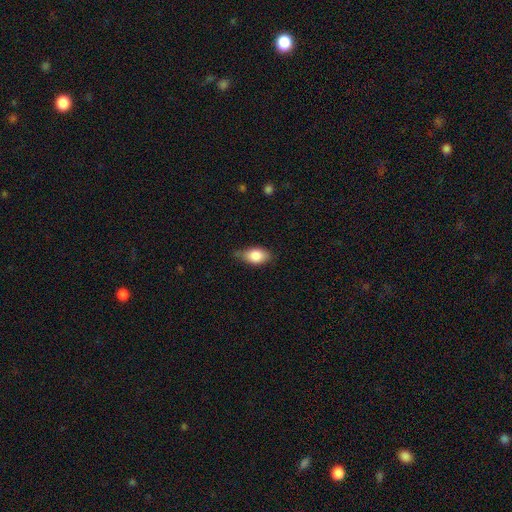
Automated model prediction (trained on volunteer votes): Morphology: type=smooth (83%); roundness=in between (88%); merging=none (62%).